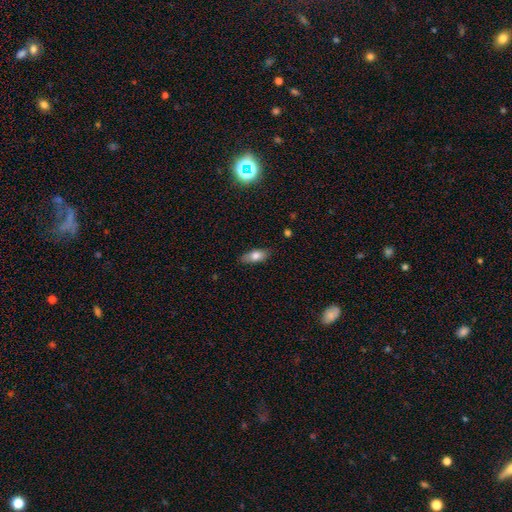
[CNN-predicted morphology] Smooth or featured?
  - smooth: 76% *
  - featured or disk: 16%
  - star or artifact: 8%
How rounded?
  - in between: 80% *
  - cigar-shaped: 16%
  - round: 3%
Merging?
  - none: 83% *
  - minor disturbance: 13%
  - major disturbance: 2%
  - merger: 1%